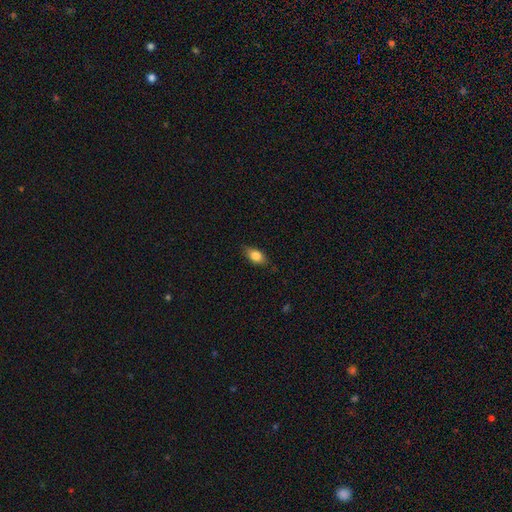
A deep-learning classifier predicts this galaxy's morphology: This is clearly a smooth galaxy (81%). How rounded: clearly in between (84%). Merging: clearly none (81%).